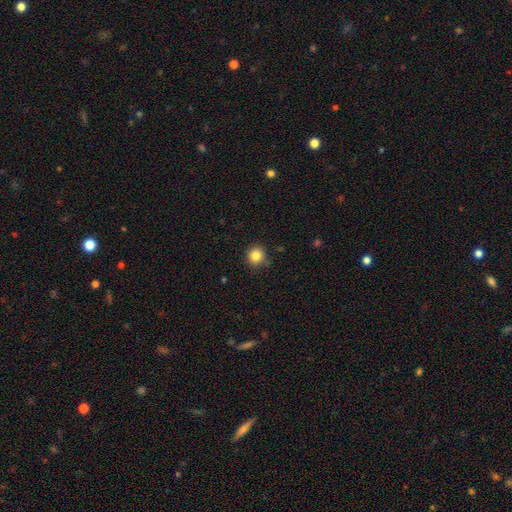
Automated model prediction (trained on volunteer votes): Smooth or featured? smooth (84%)
How rounded? round (94%)
Merging? none (88%)